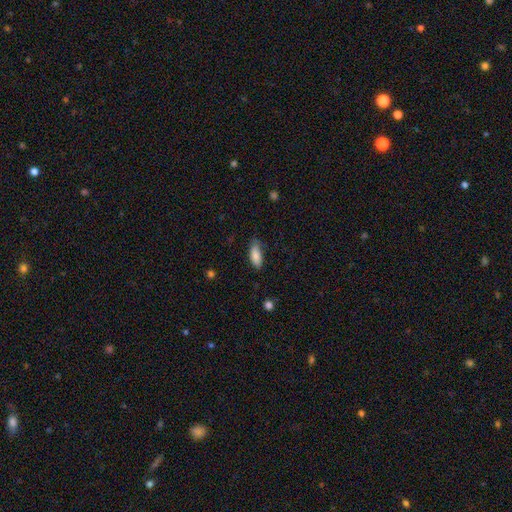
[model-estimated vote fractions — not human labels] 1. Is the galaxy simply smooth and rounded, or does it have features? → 84% smooth, 9% featured or disk, 7% star or artifact.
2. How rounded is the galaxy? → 81% in between, 17% cigar-shaped, 2% round.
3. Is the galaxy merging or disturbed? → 67% none, 26% minor disturbance, 5% major disturbance, 2% merger.